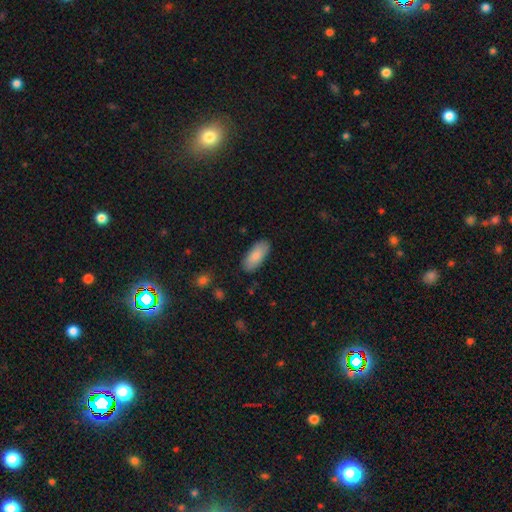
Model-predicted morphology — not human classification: This appears to be a smooth galaxy with no disk features (86%) that is in between round and cigar-shaped (86%). Merging: none (86%).